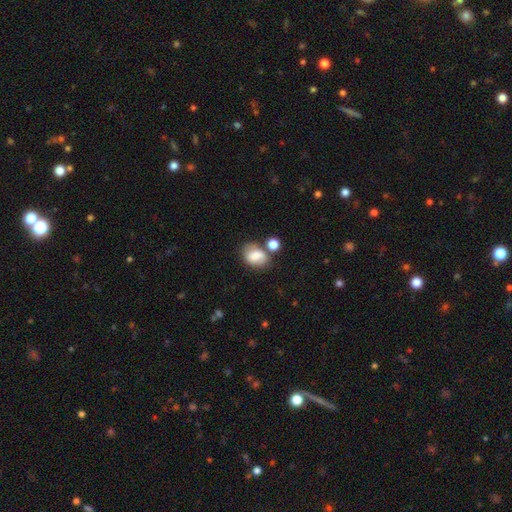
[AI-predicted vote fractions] smooth 72%, featured or disk 18%, star or artifact 10%. Down the decision tree: how rounded — in between (70%); merging — none (47%).